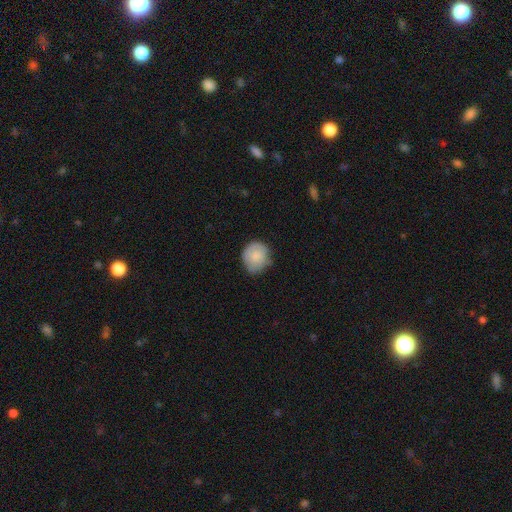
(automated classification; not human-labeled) Smooth or featured? Predicted: smooth (p=0.79). How rounded? Predicted: round (p=0.82). Merging? Predicted: none (p=0.66).